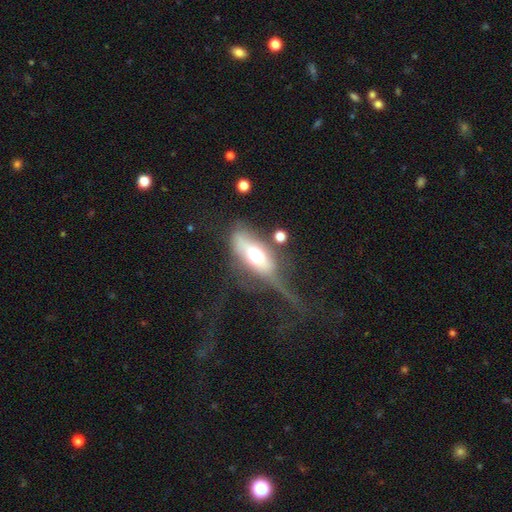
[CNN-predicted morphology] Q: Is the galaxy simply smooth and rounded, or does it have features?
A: smooth — 50%.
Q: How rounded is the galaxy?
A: in between — 76%.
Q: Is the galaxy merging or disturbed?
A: major disturbance — 42%.